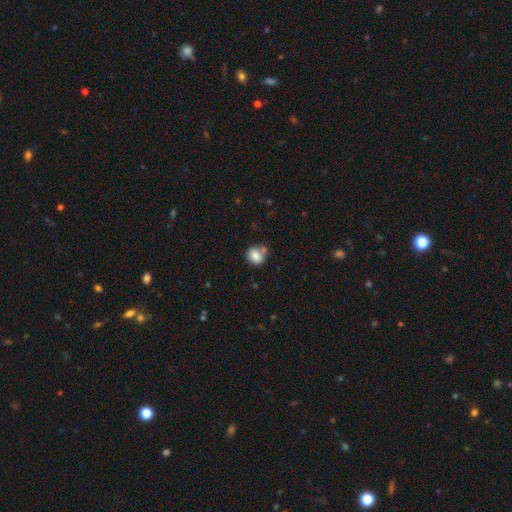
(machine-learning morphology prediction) Smooth or featured?
  - smooth: 84% *
  - star or artifact: 9%
  - featured or disk: 7%
How rounded?
  - round: 65% *
  - in between: 34%
  - cigar-shaped: 1%
Merging?
  - none: 60% *
  - merger: 19%
  - minor disturbance: 16%
  - major disturbance: 5%